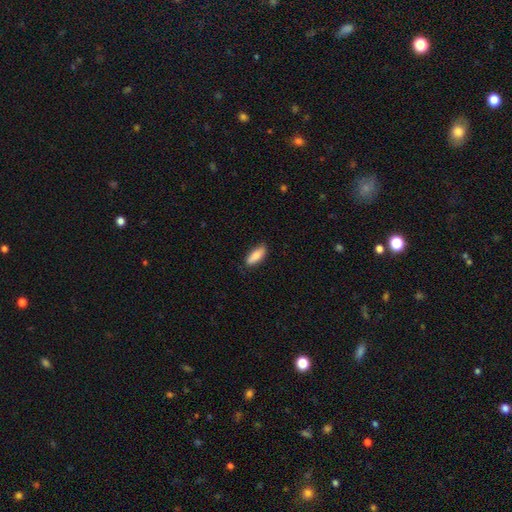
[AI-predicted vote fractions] This appears to be a smooth galaxy with no disk features (83%) that is in between round and cigar-shaped (70%). Merging: none (83%).